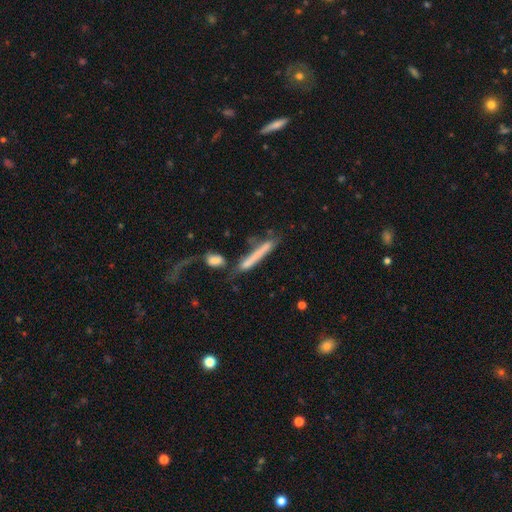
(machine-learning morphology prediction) The model was most divided on "merging": none: 43%, merger: 26%, minor disturbance: 17%, major disturbance: 14%. More confident: how rounded — cigar-shaped (92%); smooth or featured — smooth (55%).